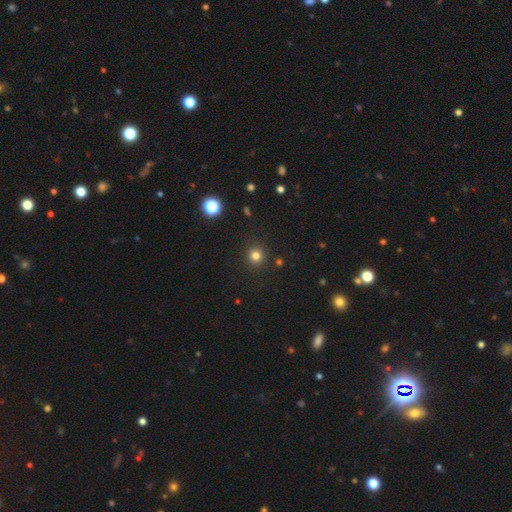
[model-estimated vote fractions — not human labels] A smooth galaxy with no disk features (80%) that is round (94%). Merging: none (91%).